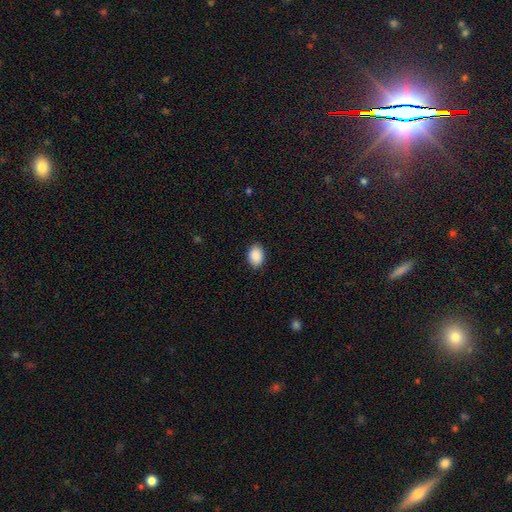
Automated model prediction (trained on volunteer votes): The model was most divided on "how rounded": in between: 73%, round: 26%, cigar-shaped: 1%. More confident: smooth or featured — smooth (90%); merging — none (89%).